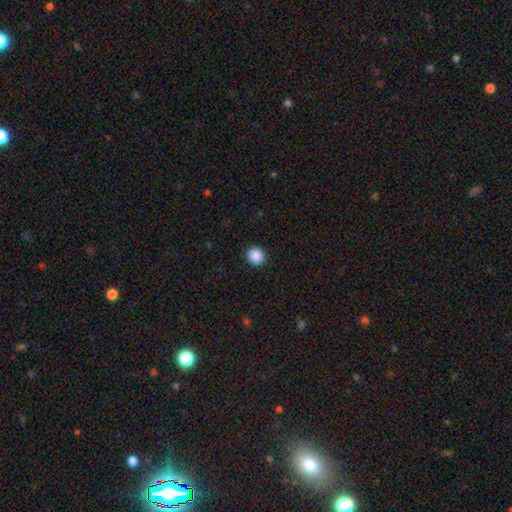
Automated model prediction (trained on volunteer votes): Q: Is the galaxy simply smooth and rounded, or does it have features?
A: smooth — 88%.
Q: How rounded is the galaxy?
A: round — 89%.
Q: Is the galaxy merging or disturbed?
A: none — 92%.